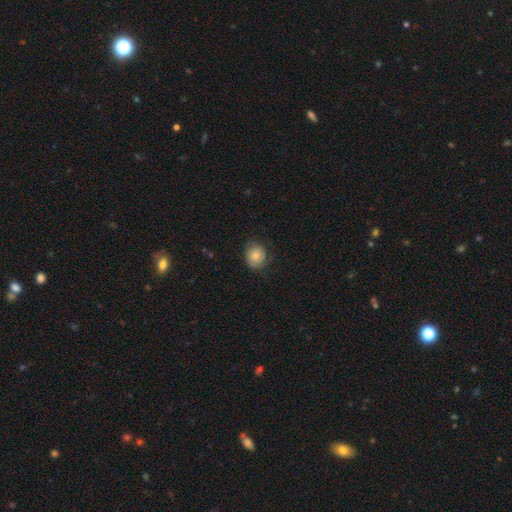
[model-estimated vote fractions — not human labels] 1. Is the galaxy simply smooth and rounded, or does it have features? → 72% smooth, 20% featured or disk, 8% star or artifact.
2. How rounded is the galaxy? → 71% round, 28% in between, 1% cigar-shaped.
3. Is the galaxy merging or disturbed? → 70% none, 23% minor disturbance, 6% major disturbance, 1% merger.